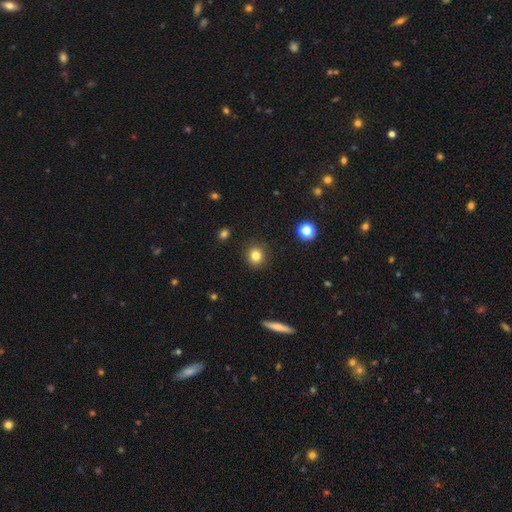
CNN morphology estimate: type=smooth (83%); roundness=round (89%); merging=none (90%).